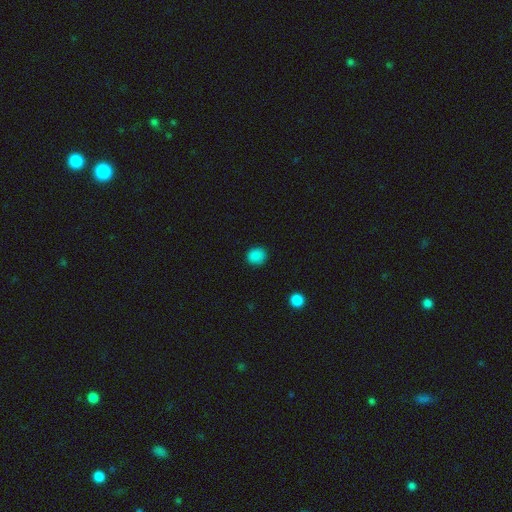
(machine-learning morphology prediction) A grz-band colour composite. It shows a smooth galaxy with no disk features (86%) that is round (81%). Merging: none (88%).